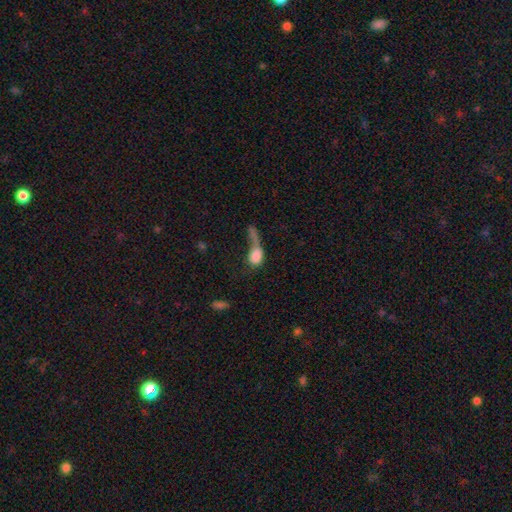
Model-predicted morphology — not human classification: type=smooth (74%); roundness=in between (69%); merging=major disturbance (39%).